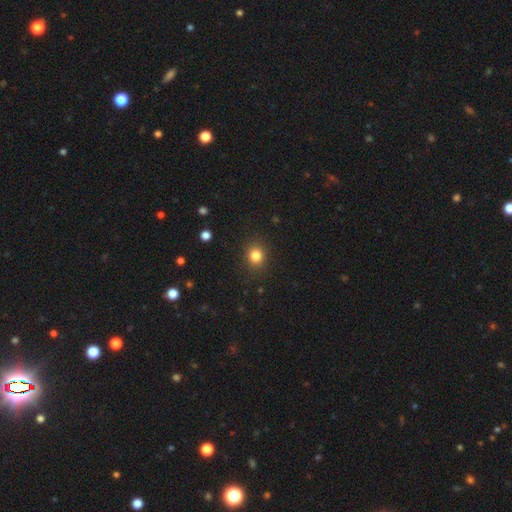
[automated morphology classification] This is clearly a smooth galaxy (83%). How rounded: likely round (79%). Merging: clearly none (88%).